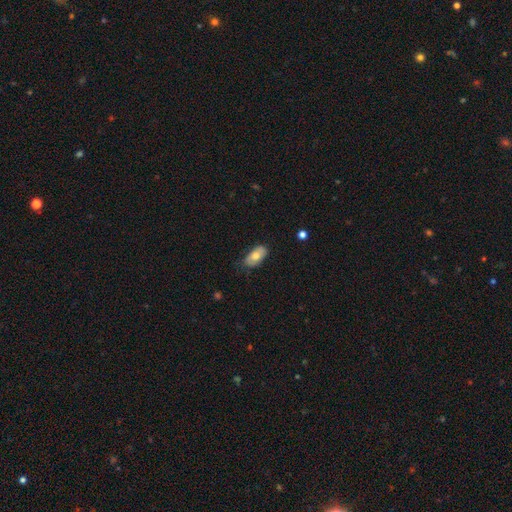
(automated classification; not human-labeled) Overall: smooth (73%). How rounded: in between (93%). Merging: none (70%).